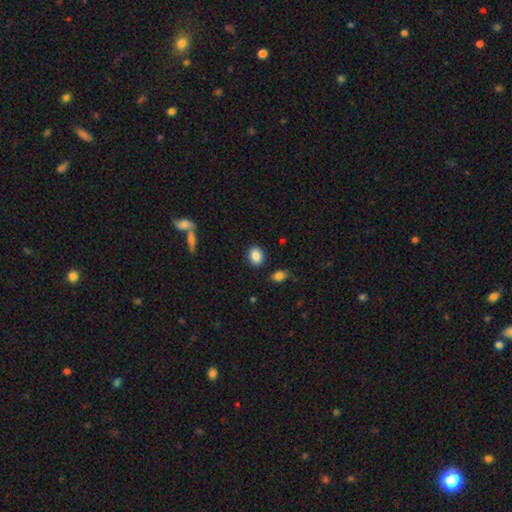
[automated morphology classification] Overall: smooth (86%). How rounded: in between (61%; round 38%). Merging: none (86%).